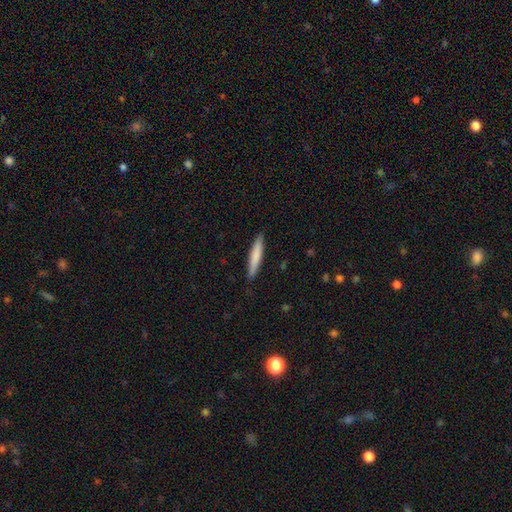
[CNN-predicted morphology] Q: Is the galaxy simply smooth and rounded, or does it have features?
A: smooth — 74%.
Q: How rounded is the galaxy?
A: cigar-shaped — 93%.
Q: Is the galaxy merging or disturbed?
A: none — 89%.